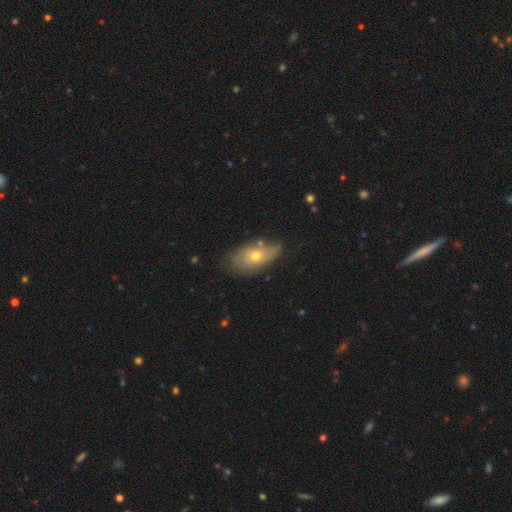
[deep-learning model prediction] Overall: featured or disk (48%; smooth 44%). Merging: none (58%; minor disturbance 30%).